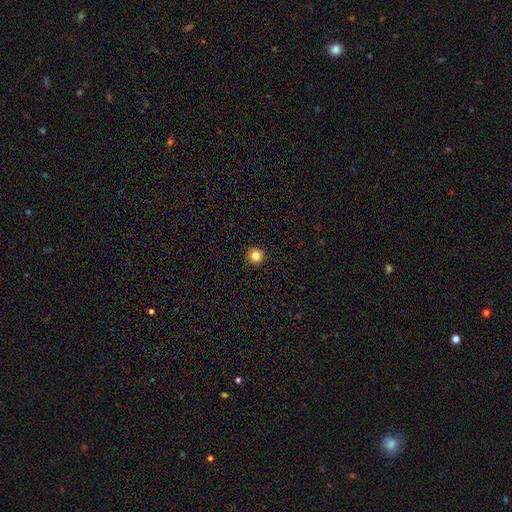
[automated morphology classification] smooth_or_featured: smooth (p=0.83) [alt: star or artifact p=0.12]
how_rounded: round (p=0.96) [alt: in between p=0.03]
merging: none (p=0.94) [alt: minor disturbance p=0.04]